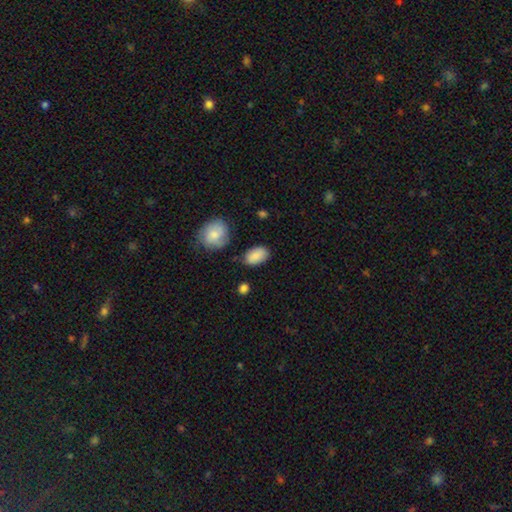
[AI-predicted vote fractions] The model was most divided on "merging": none: 79%, minor disturbance: 15%, major disturbance: 4%, merger: 3%. More confident: how rounded — in between (91%); smooth or featured — smooth (87%).